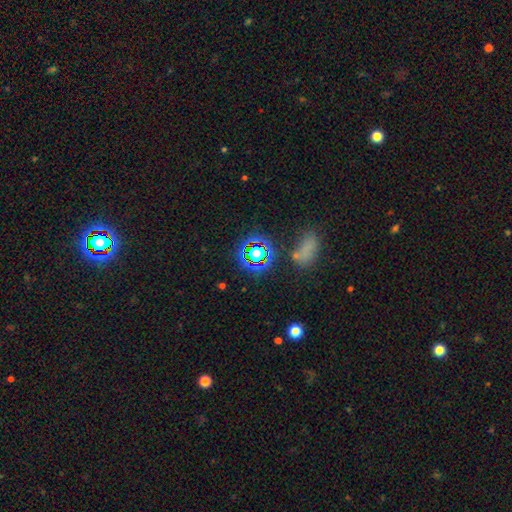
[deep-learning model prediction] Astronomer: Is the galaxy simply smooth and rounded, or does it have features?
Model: star or artifact — 65%.